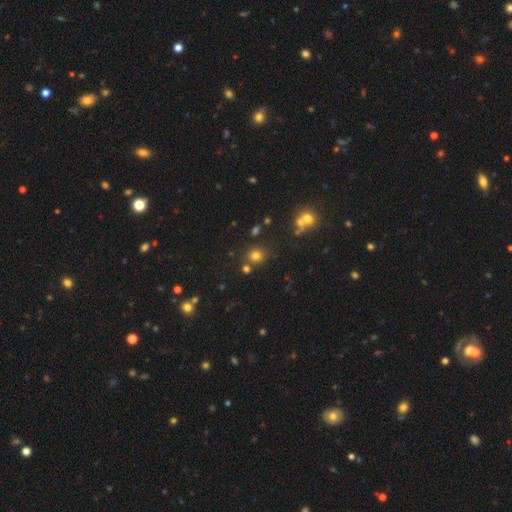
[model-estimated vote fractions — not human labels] smooth_or_featured: smooth (p=0.73) [alt: star or artifact p=0.19]
how_rounded: round (p=0.84) [alt: in between p=0.15]
merging: none (p=0.74) [alt: merger p=0.12]